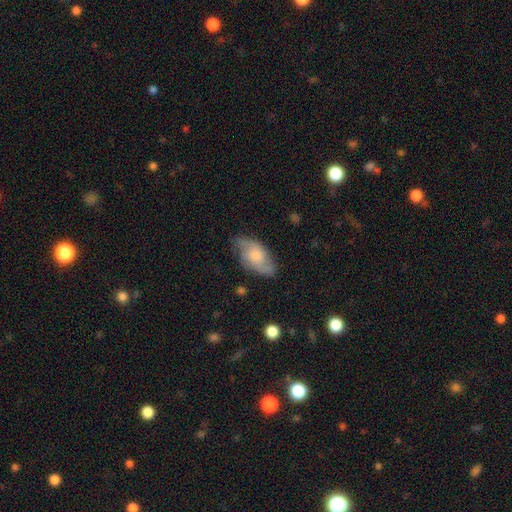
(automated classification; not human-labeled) Q: Smooth or featured?
A: featured or disk (55%); runner-up: smooth (38%)
Q: Edge-on disk?
A: no (92%); runner-up: yes (8%)
Q: Bar?
A: no (67%); runner-up: weak (29%)
Q: Spiral arms?
A: yes (87%); runner-up: no (13%)
Q: Bulge size?
A: moderate (41%); runner-up: small (28%)
Q: Merging?
A: none (68%); runner-up: minor disturbance (23%)